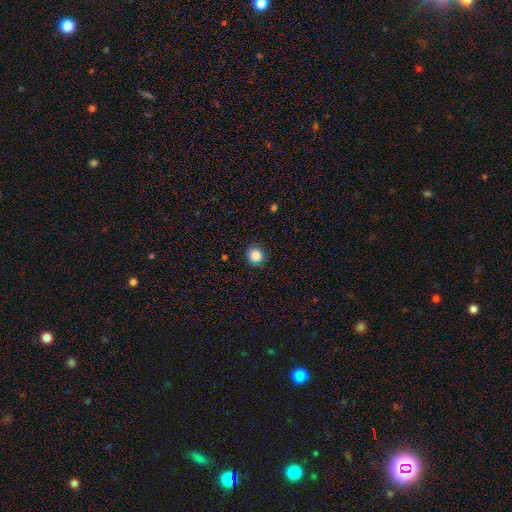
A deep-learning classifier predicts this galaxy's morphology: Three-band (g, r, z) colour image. It shows a smooth galaxy with no disk features (83%) that is round (90%). Merging: none (90%).